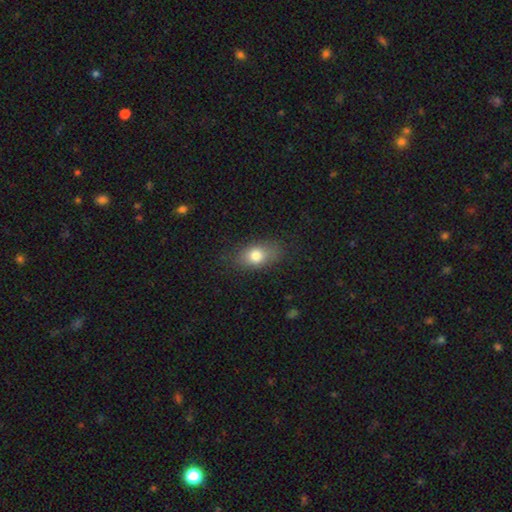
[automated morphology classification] The model was most divided on "how rounded": in between: 78%, round: 18%, cigar-shaped: 3%. More confident: smooth or featured — smooth (78%); merging — none (78%).